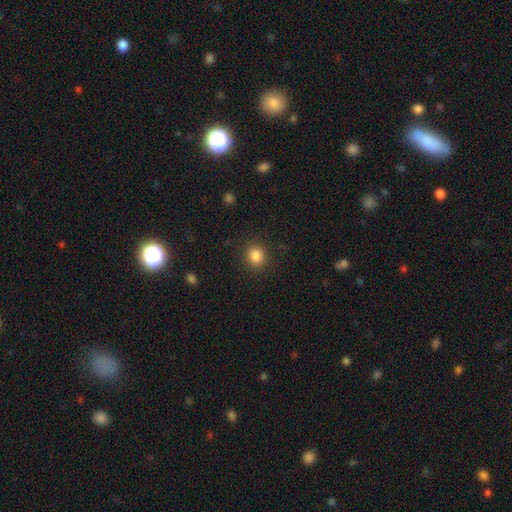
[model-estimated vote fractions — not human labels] This is clearly a smooth galaxy (85%). How rounded: likely round (79%). Merging: clearly none (89%).